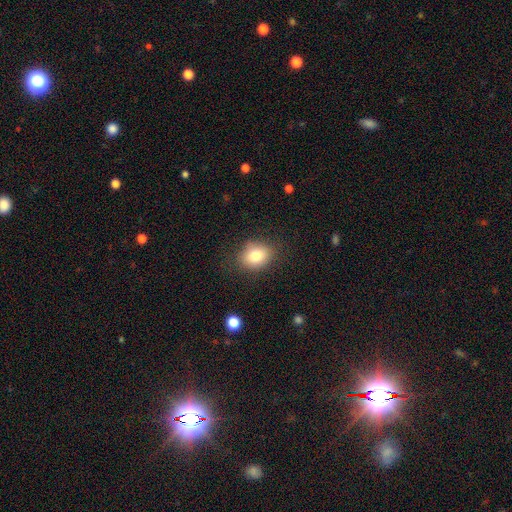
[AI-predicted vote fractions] Smooth or featured: smooth — 80% (featured or disk — 10%)
How rounded: in between — 51% (round — 48%)
Merging: none — 82% (minor disturbance — 13%)